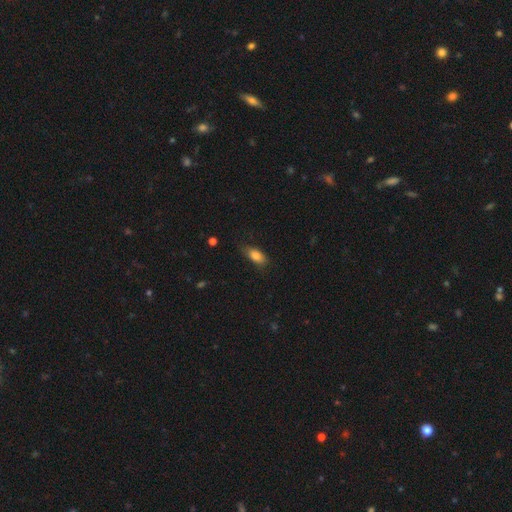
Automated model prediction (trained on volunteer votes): A smooth galaxy with no disk features (84%) that is in between round and cigar-shaped (85%).

Vote fractions:
- Smooth or featured? smooth: 84% / featured or disk: 8% / star or artifact: 8%
- How rounded? in between: 85% / cigar-shaped: 11% / round: 4%
- Merging? none: 74% / minor disturbance: 20% / major disturbance: 5% / merger: 1%